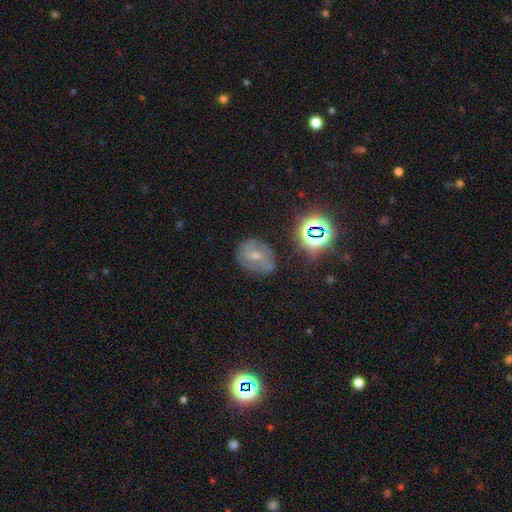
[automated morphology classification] This is possibly a featured or disk galaxy (49%). Merging: likely none (69%).